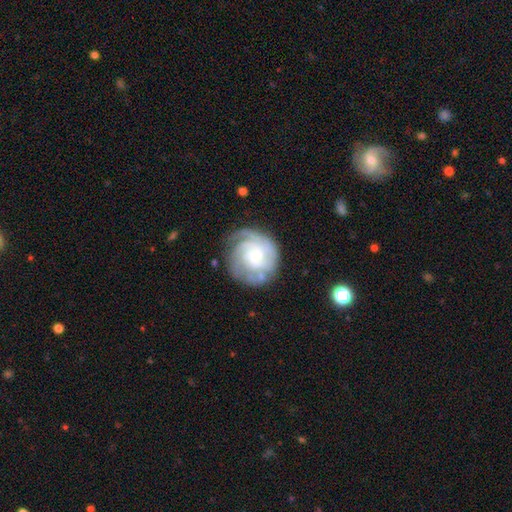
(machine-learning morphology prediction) Overall: featured or disk (82%). Edge-on disk: no (98%). Bar: no (63%; weak 32%). Spiral arms: yes (95%). Spiral arm count: can't tell (30%, tied with 3). Spiral winding: tight (67%; medium 27%). Bulge size: small (56%; moderate 39%). Merging: none (69%).